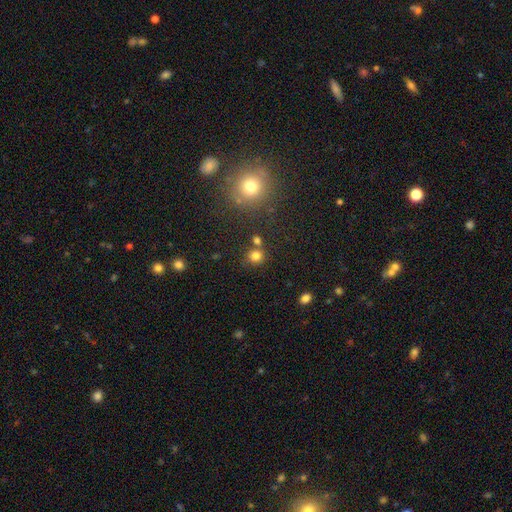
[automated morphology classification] type=smooth (78%); roundness=round (87%); merging=none (72%).